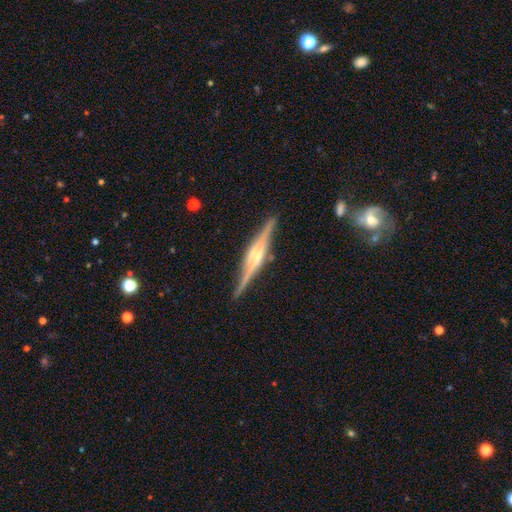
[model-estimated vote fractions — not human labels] Q: Smooth or featured?
A: featured or disk (84%); runner-up: smooth (11%)
Q: Edge-on disk?
A: yes (98%); runner-up: no (2%)
Q: Edge-on bulge?
A: rounded (58%); runner-up: boxy (36%)
Q: Merging?
A: none (88%); runner-up: minor disturbance (9%)